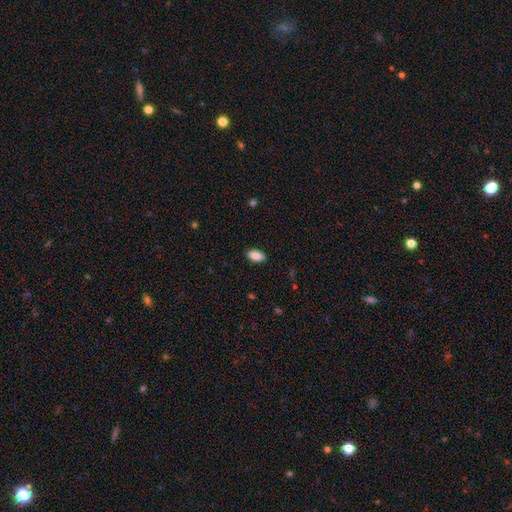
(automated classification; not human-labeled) The model was most divided on "merging": none: 88%, minor disturbance: 9%, major disturbance: 2%, merger: 1%. More confident: how rounded — in between (92%); smooth or featured — smooth (88%).